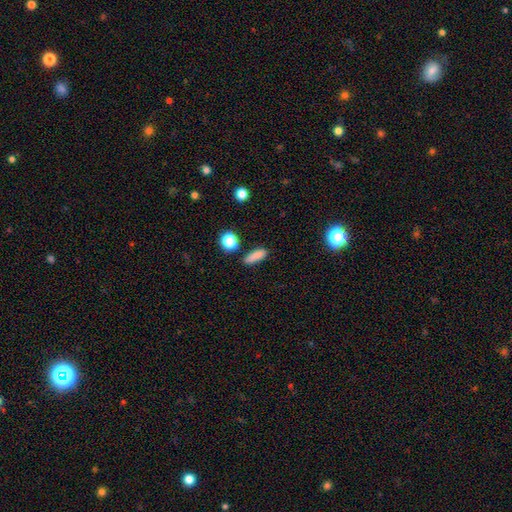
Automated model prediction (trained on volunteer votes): Q: Smooth or featured?
A: smooth (84%); runner-up: star or artifact (10%)
Q: How rounded?
A: in between (47%); runner-up: cigar-shaped (46%)
Q: Merging?
A: none (79%); runner-up: minor disturbance (13%)